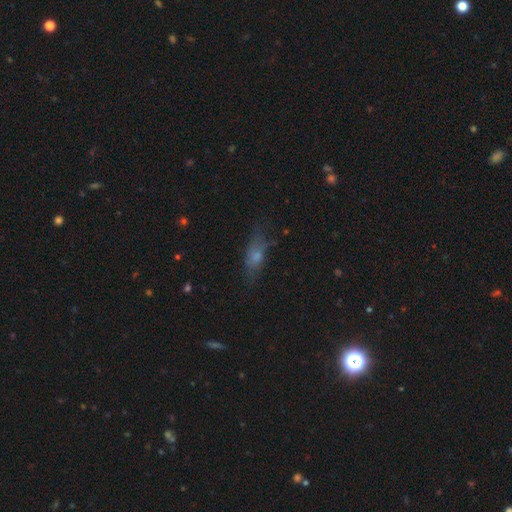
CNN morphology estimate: This appears to be a smooth galaxy with no disk features (59%) that is in between round and cigar-shaped (64%). Merging: none (61%).